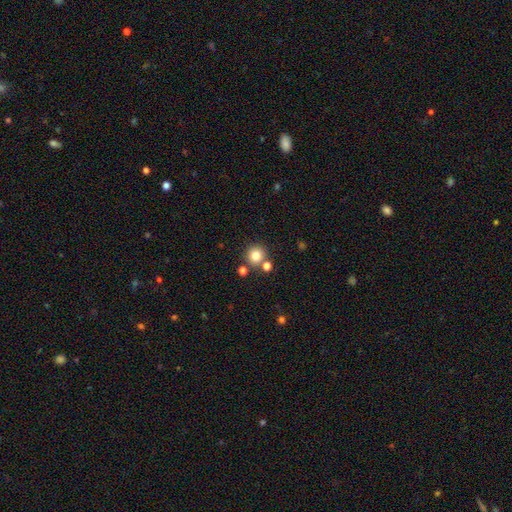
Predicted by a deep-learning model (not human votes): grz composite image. It shows a smooth galaxy with no disk features (80%) that is round (93%). Merging: none (77%).